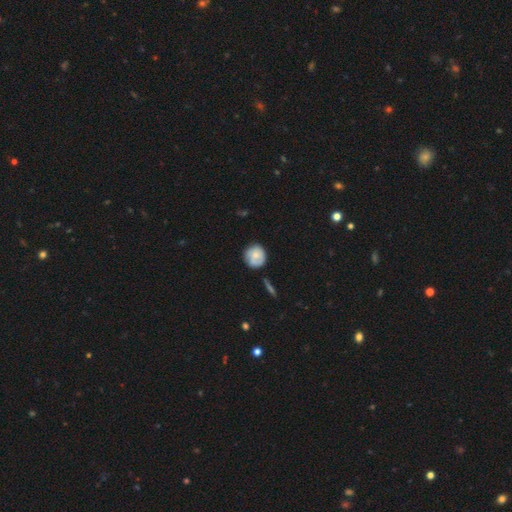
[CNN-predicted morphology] smooth 65%, featured or disk 28%, star or artifact 7%. Down the decision tree: how rounded — round (88%); merging — none (71%).